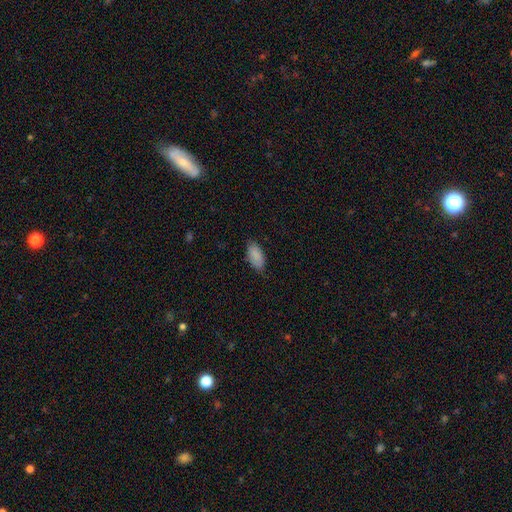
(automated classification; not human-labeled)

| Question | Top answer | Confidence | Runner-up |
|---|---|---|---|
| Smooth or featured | smooth | 89% | star or artifact (7%) |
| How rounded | in between | 93% | cigar-shaped (5%) |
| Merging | none | 78% | minor disturbance (18%) |